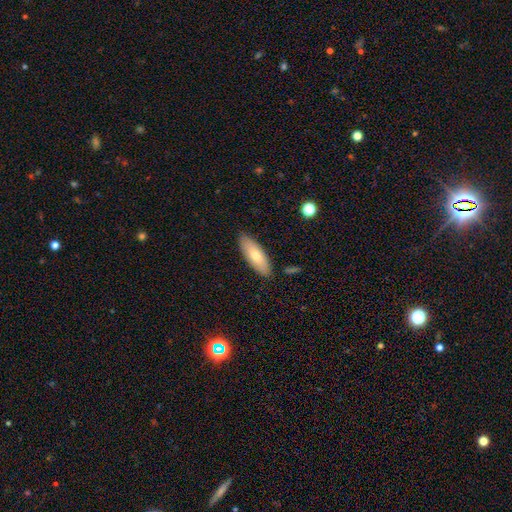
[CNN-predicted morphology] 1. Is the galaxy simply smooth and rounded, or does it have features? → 69% smooth, 25% featured or disk, 6% star or artifact.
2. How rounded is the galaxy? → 67% in between, 31% cigar-shaped, 2% round.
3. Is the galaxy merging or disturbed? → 86% none, 10% minor disturbance, 2% major disturbance, 2% merger.